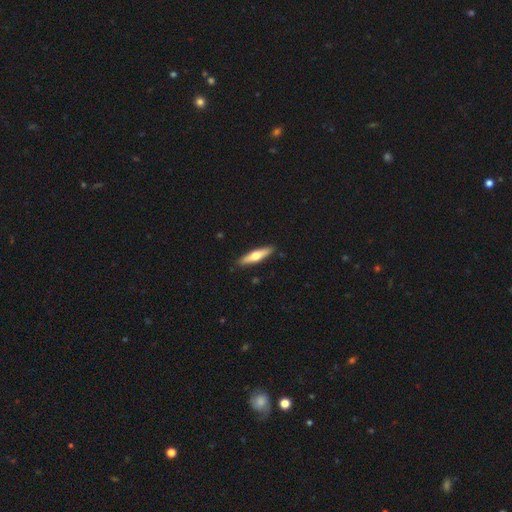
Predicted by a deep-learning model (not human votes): Overall: smooth (48%; featured or disk 47%). Merging: none (90%).